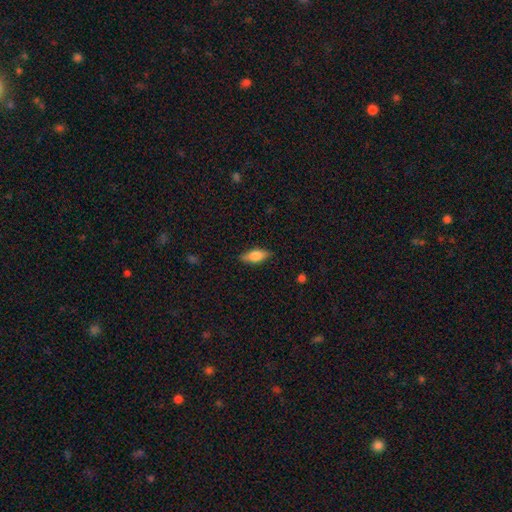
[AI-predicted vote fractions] Smooth or featured: smooth — 68% (featured or disk — 25%)
How rounded: in between — 74% (cigar-shaped — 22%)
Merging: none — 84% (minor disturbance — 12%)